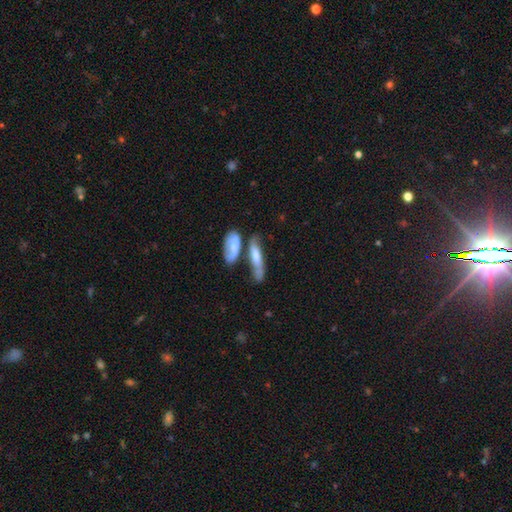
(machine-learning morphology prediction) This is possibly a featured or disk galaxy (47%). Merging: possibly none (48%).